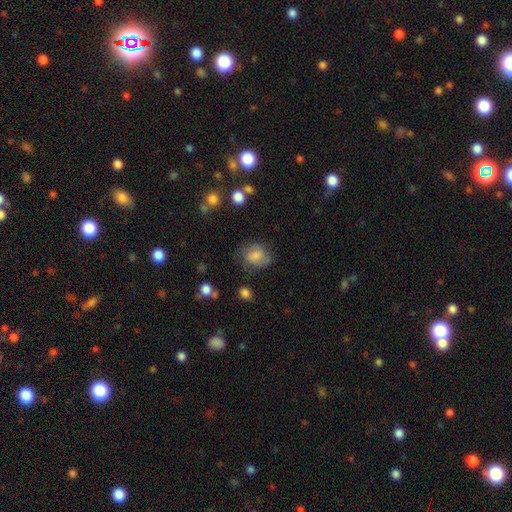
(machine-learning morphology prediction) Overall: smooth (72%). How rounded: round (50%; in between 49%). Merging: none (59%; minor disturbance 26%).